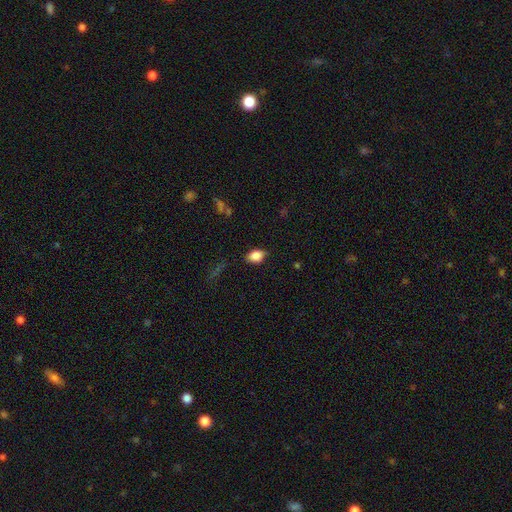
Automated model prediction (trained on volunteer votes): Smooth or featured?
  - smooth: 85% *
  - star or artifact: 8%
  - featured or disk: 7%
How rounded?
  - in between: 81% *
  - round: 17%
  - cigar-shaped: 2%
Merging?
  - none: 76% *
  - minor disturbance: 19%
  - major disturbance: 4%
  - merger: 2%